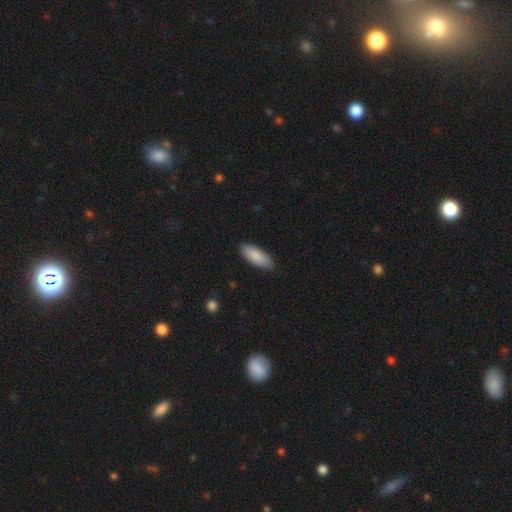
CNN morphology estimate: Smooth or featured: smooth — 89% (featured or disk — 6%)
How rounded: in between — 75% (cigar-shaped — 24%)
Merging: none — 86% (minor disturbance — 11%)